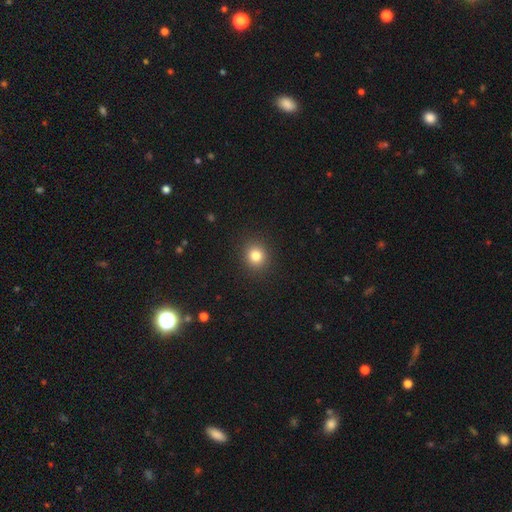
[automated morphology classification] smooth_or_featured: smooth (p=0.81) [alt: star or artifact p=0.12]
how_rounded: round (p=0.85) [alt: in between p=0.14]
merging: none (p=0.91) [alt: minor disturbance p=0.06]